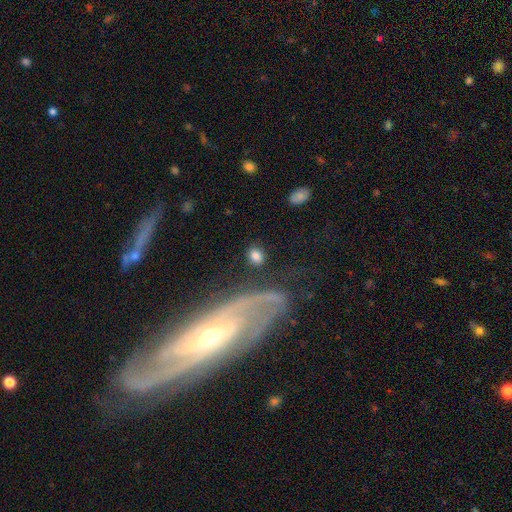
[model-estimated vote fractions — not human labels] smooth-or-featured: smooth: 80% | featured or disk: 12% | star or artifact: 8%
  how-rounded: round: 59% | in between: 38% | cigar-shaped: 2%
  merging: none: 79% | minor disturbance: 11% | major disturbance: 6% | merger: 4%